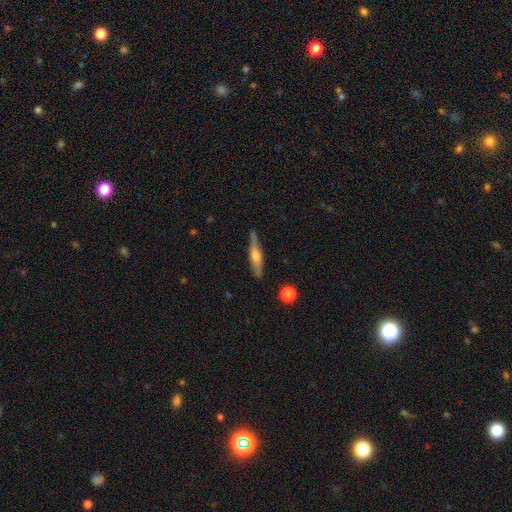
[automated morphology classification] Smooth or featured: featured or disk — 60% (smooth — 34%)
Edge-on disk: yes — 93% (no — 7%)
Edge-on bulge: rounded — 82% (boxy — 12%)
Merging: none — 80% (minor disturbance — 15%)